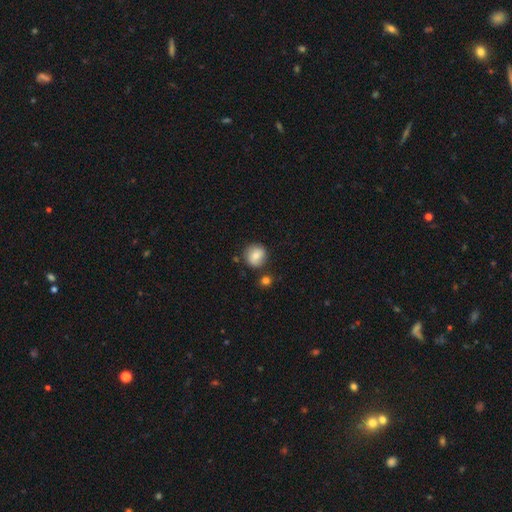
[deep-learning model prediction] smooth_or_featured: smooth (p=0.79) [alt: featured or disk p=0.12]
how_rounded: round (p=0.85) [alt: in between p=0.14]
merging: none (p=0.76) [alt: minor disturbance p=0.14]